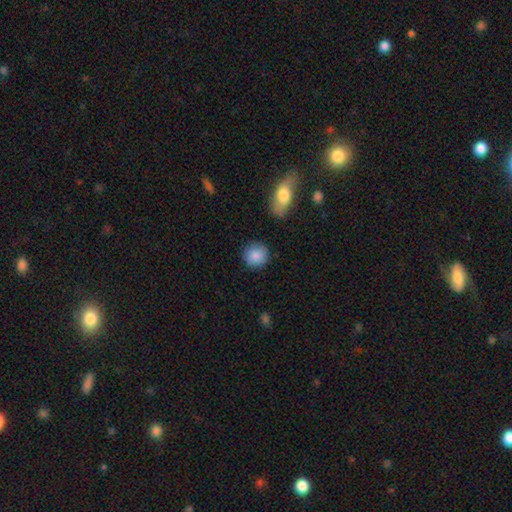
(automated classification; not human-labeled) This is clearly a smooth galaxy (88%). How rounded: clearly round (90%). Merging: clearly none (86%).